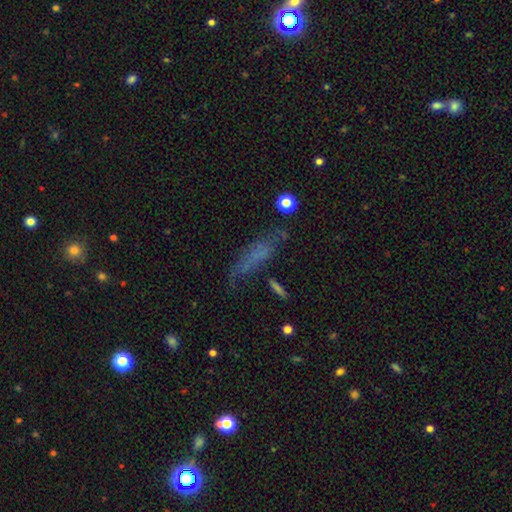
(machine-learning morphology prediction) Smooth or featured: smooth — 54% (featured or disk — 30%)
How rounded: cigar-shaped — 67% (in between — 29%)
Merging: none — 57% (minor disturbance — 24%)